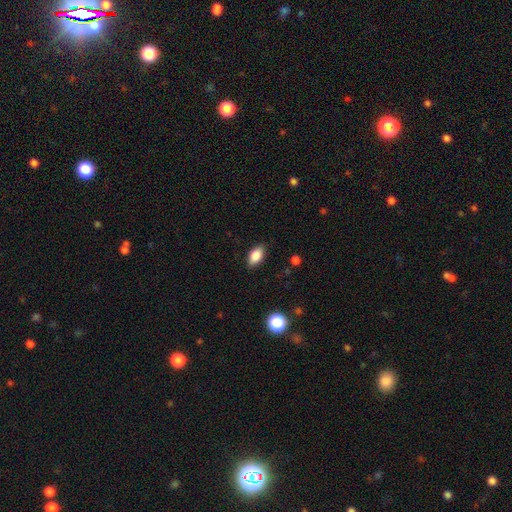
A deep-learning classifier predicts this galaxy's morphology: smooth-or-featured: smooth: 85% | star or artifact: 8% | featured or disk: 7%
  how-rounded: in between: 91% | round: 5% | cigar-shaped: 4%
  merging: none: 85% | minor disturbance: 12% | major disturbance: 2% | merger: 1%